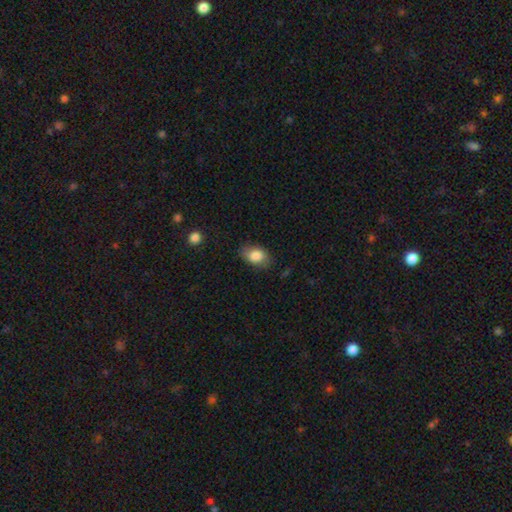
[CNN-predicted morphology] Q: Smooth or featured?
A: smooth (84%); runner-up: featured or disk (9%)
Q: How rounded?
A: in between (83%); runner-up: round (16%)
Q: Merging?
A: none (75%); runner-up: minor disturbance (19%)